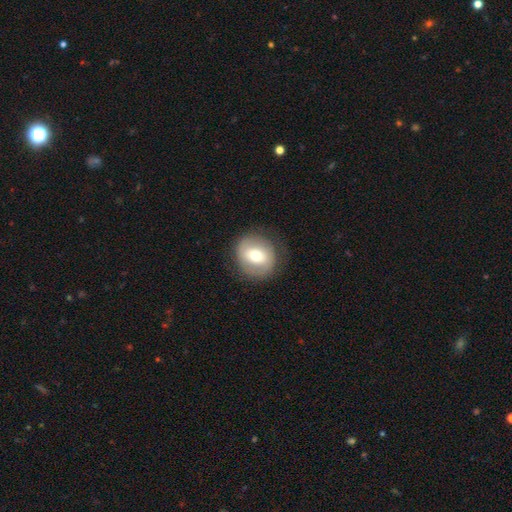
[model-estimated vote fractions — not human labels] Q: Smooth or featured?
A: smooth (58%); runner-up: featured or disk (34%)
Q: How rounded?
A: round (81%); runner-up: in between (18%)
Q: Merging?
A: none (79%); runner-up: minor disturbance (14%)